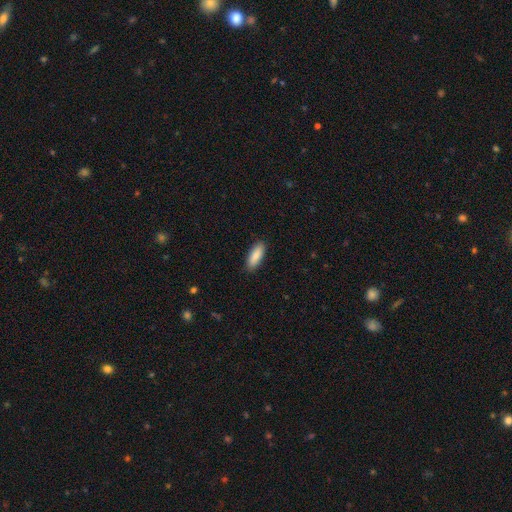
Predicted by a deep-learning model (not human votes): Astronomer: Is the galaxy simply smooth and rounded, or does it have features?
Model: smooth — 88%.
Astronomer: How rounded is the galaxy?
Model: in between — 67%.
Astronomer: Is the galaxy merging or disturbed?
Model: none — 89%.